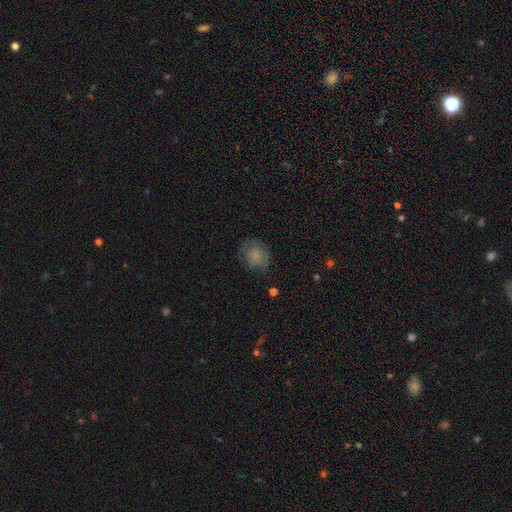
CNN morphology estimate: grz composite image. It shows a smooth galaxy with no disk features (71%) that is round (68%). Merging: none (63%).